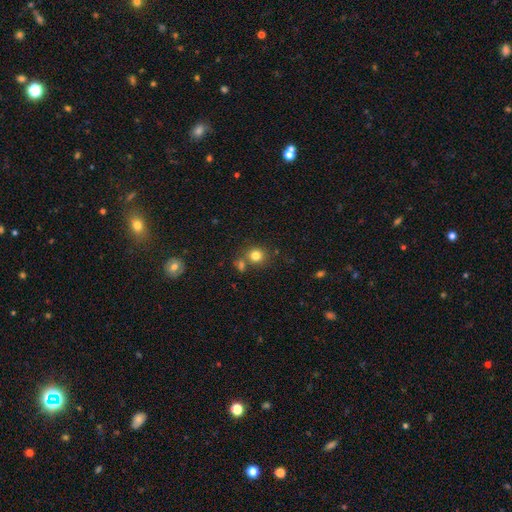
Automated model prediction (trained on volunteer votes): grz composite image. It shows a smooth galaxy with no disk features (81%) that is round (84%). Merging: none (67%).